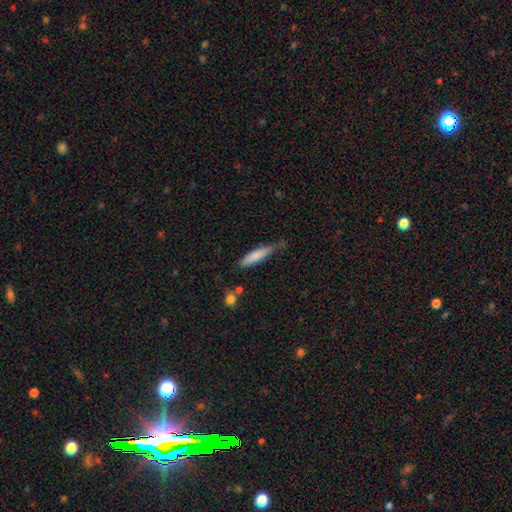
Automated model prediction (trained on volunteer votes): Smooth or featured? smooth (80%)
How rounded? cigar-shaped (78%)
Merging? none (60%)